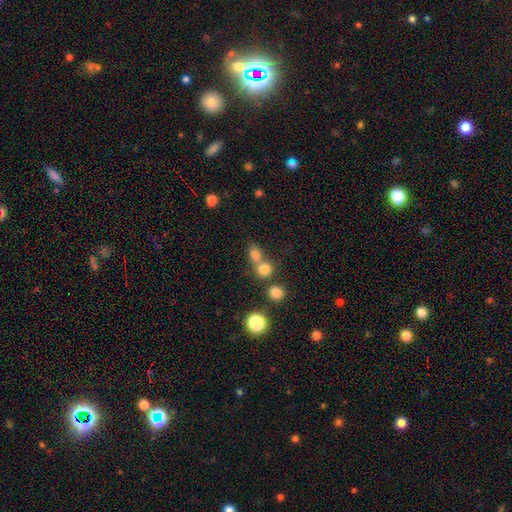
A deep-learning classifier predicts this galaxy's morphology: This is likely a smooth galaxy (72%). How rounded: possibly round (56%). Merging: possibly merger (48%).